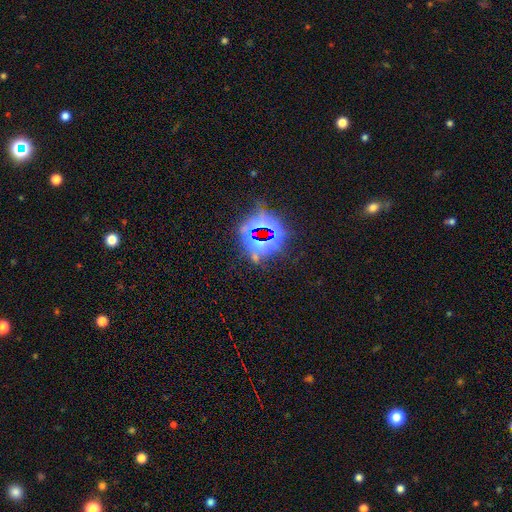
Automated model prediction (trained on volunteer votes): Smooth or featured?
  - star or artifact: 78% *
  - smooth: 13%
  - featured or disk: 10%